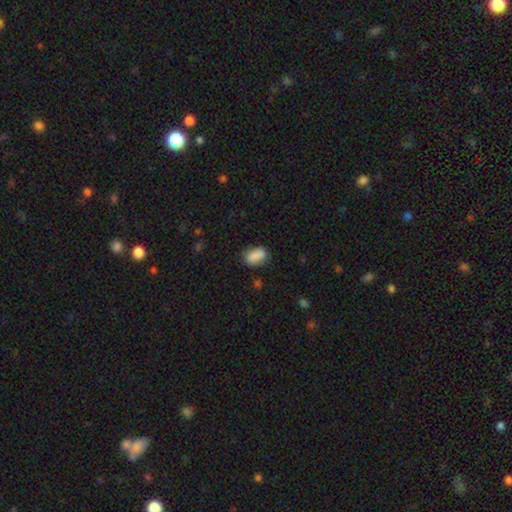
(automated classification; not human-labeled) Q: Smooth or featured?
A: smooth (85%); runner-up: star or artifact (8%)
Q: How rounded?
A: in between (85%); runner-up: round (9%)
Q: Merging?
A: none (73%); runner-up: minor disturbance (20%)